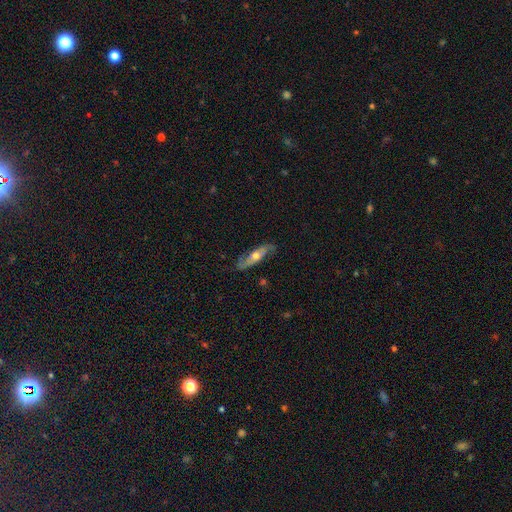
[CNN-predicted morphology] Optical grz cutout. It shows a featured or disk galaxy (67%). Merging: none (77%).